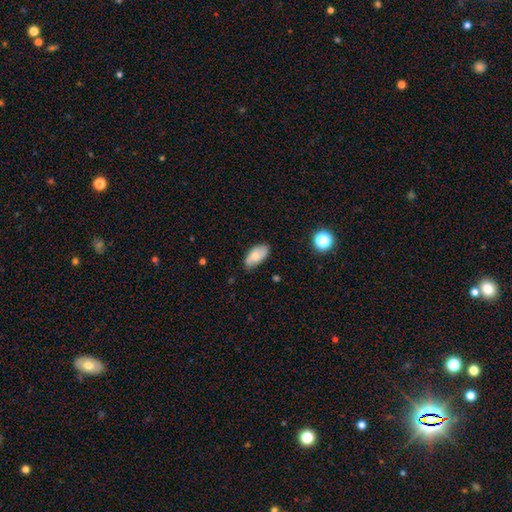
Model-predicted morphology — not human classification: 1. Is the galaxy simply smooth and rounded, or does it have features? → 71% smooth, 21% featured or disk, 8% star or artifact.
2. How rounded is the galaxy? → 93% in between, 4% cigar-shaped, 3% round.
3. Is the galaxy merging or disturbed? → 78% none, 17% minor disturbance, 3% major disturbance, 1% merger.